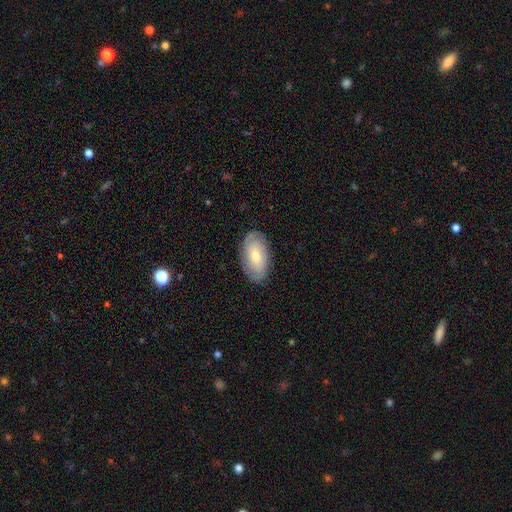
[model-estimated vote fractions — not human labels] smooth-or-featured: smooth: 47% (tied) | featured or disk: 47% (tied) | star or artifact: 6%
  merging: none: 84% | minor disturbance: 12% | major disturbance: 3% | merger: 1%